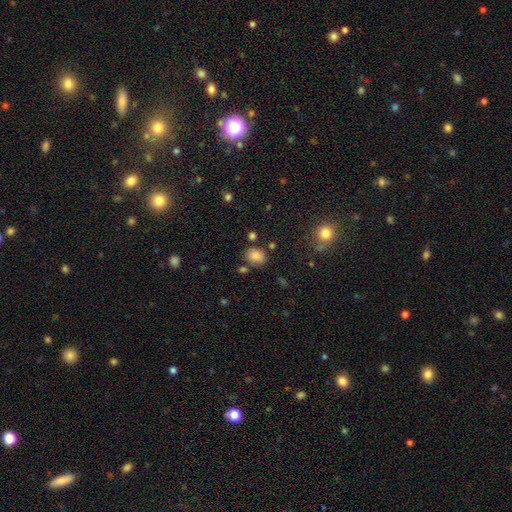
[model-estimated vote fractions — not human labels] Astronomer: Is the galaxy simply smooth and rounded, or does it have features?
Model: smooth — 83%.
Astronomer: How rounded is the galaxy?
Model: in between — 59% (runner-up: round, 40%).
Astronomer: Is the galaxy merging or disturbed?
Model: none — 75%.